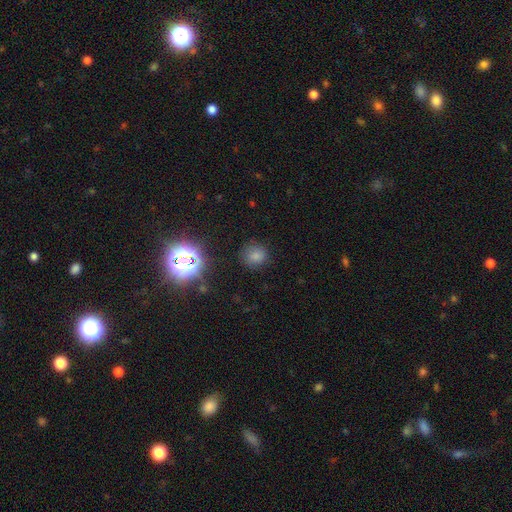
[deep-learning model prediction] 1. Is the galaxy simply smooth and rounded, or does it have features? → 72% smooth, 22% star or artifact, 6% featured or disk.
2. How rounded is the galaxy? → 81% round, 18% in between, 1% cigar-shaped.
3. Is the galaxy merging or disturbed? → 82% none, 12% minor disturbance, 4% major disturbance, 2% merger.